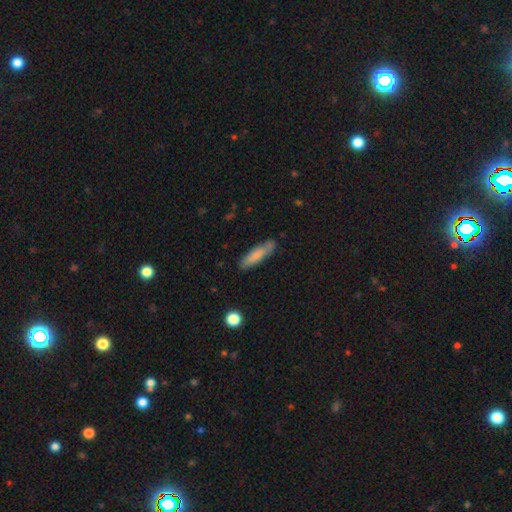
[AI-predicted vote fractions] Q: Smooth or featured?
A: smooth (76%); runner-up: featured or disk (18%)
Q: How rounded?
A: cigar-shaped (69%); runner-up: in between (29%)
Q: Merging?
A: none (74%); runner-up: minor disturbance (18%)